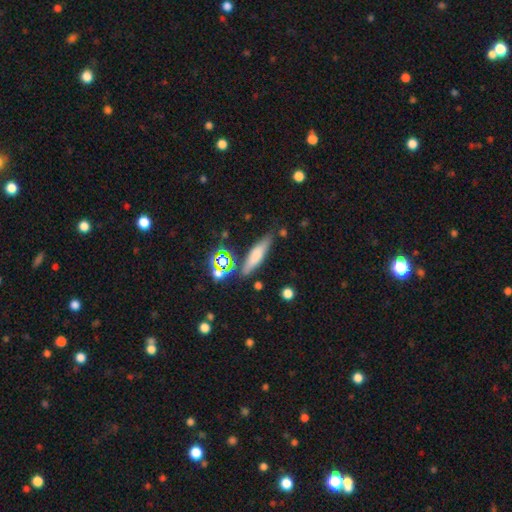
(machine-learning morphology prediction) A smooth galaxy with no disk features (62%) that is cigar-shaped (70%).

Vote fractions:
- Smooth or featured? smooth: 62% / featured or disk: 26% / star or artifact: 12%
- How rounded? cigar-shaped: 70% / in between: 26% / round: 4%
- Merging? none: 77% / minor disturbance: 14% / merger: 6% / major disturbance: 4%